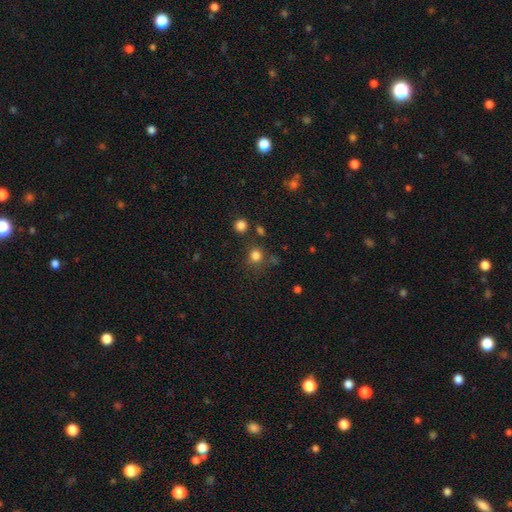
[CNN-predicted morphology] This is likely a smooth galaxy (79%). How rounded: clearly round (84%). Merging: likely none (75%).